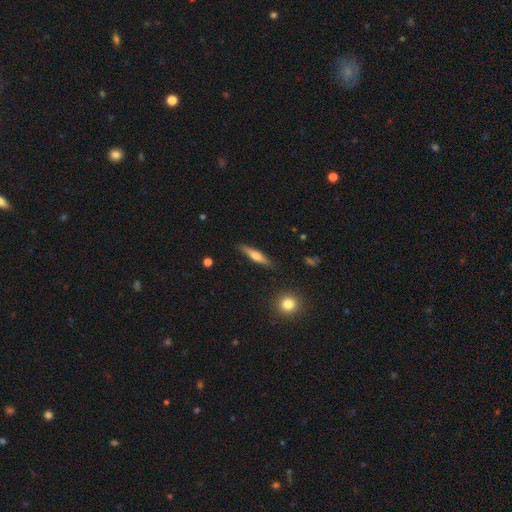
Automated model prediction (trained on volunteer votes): Smooth or featured? Predicted: smooth (p=0.47, tied with featured or disk). Merging? Predicted: none (p=0.87).